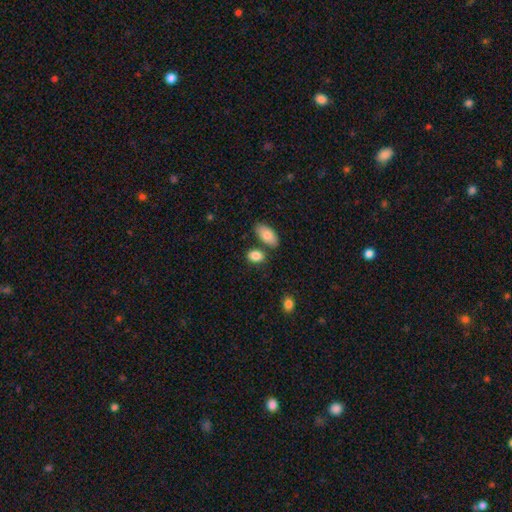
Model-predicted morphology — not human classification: type=smooth (85%); roundness=in between (82%); merging=none (69%).